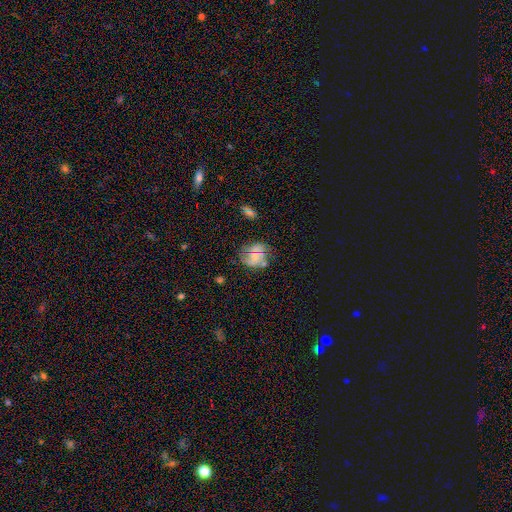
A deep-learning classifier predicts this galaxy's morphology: Smooth or featured: featured or disk — 44% (smooth — 43%)
Merging: none — 55% (minor disturbance — 23%)